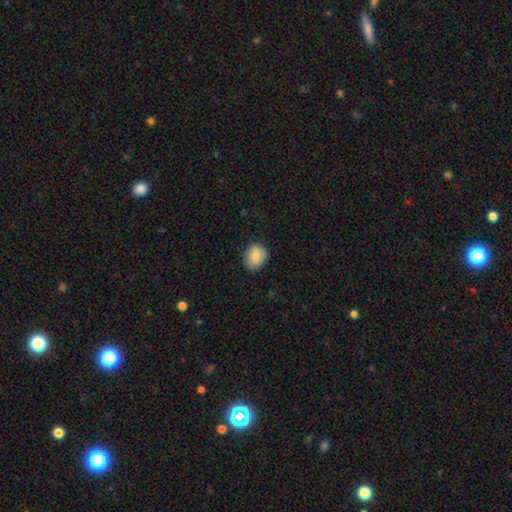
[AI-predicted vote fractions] Morphology: type=smooth (86%); roundness=in between (50%); merging=none (78%).